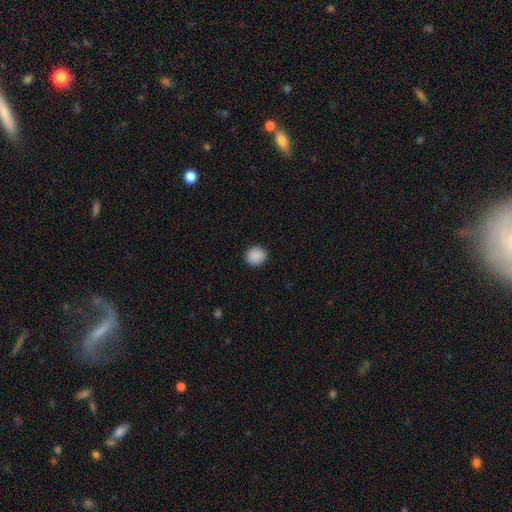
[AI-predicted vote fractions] Overall: smooth (90%). How rounded: round (84%). Merging: none (91%).